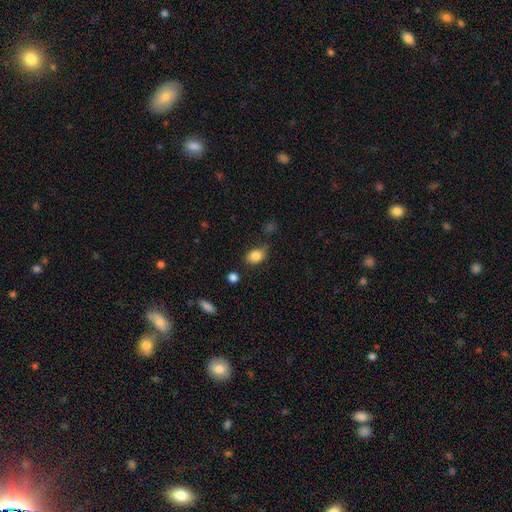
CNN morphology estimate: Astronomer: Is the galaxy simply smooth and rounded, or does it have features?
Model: smooth — 84%.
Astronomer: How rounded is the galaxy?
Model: in between — 75%.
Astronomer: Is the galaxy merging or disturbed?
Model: none — 68%.